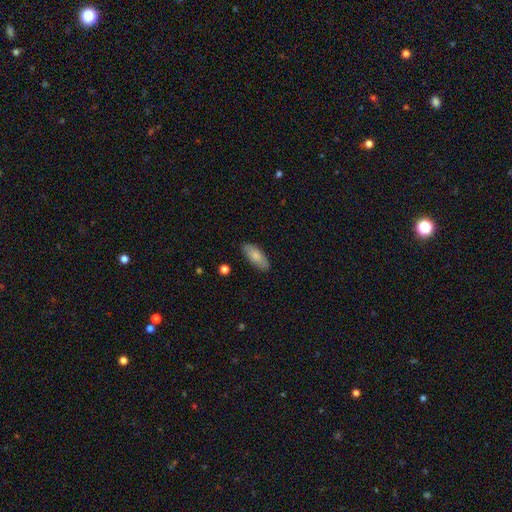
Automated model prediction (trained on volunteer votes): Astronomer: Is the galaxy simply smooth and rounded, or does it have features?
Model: smooth — 82%.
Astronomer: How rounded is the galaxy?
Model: in between — 80%.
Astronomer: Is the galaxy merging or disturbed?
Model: none — 86%.